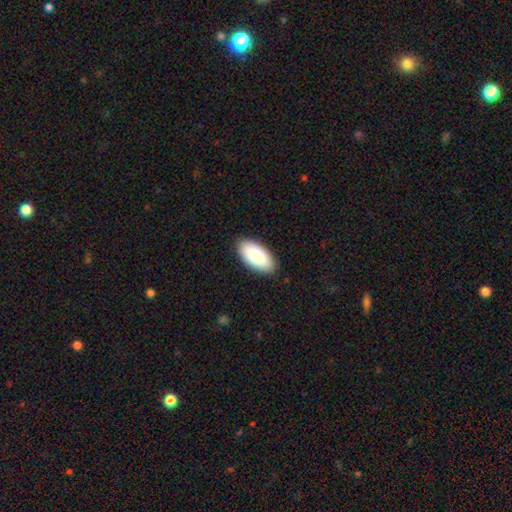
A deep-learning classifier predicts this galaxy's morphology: smooth 82%, featured or disk 12%, star or artifact 6%. Down the decision tree: how rounded — in between (95%); merging — none (88%).